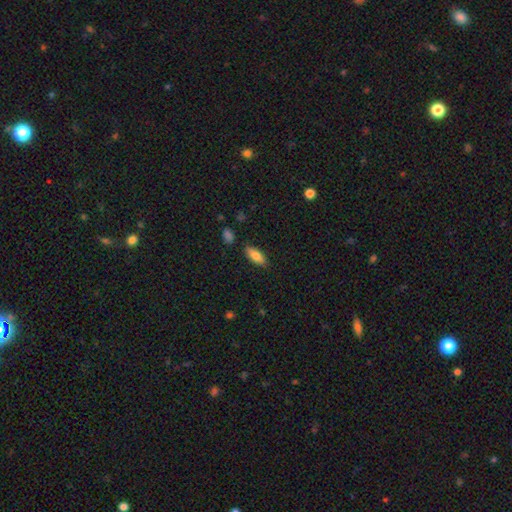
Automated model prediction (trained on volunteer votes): The model was most divided on "how rounded": in between: 80%, cigar-shaped: 17%, round: 2%. More confident: merging — none (85%); smooth or featured — smooth (80%).